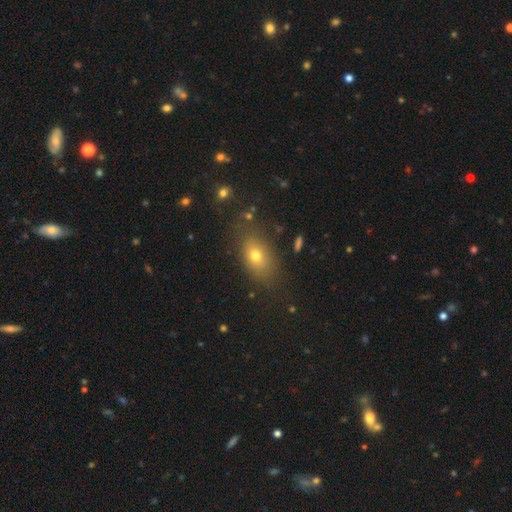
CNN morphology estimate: Smooth or featured: smooth — 71% (featured or disk — 15%)
How rounded: in between — 79% (round — 17%)
Merging: none — 78% (minor disturbance — 14%)